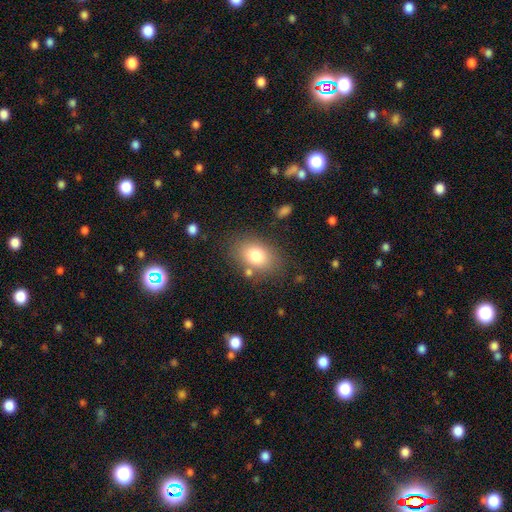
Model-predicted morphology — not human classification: Smooth or featured: smooth — 79% (featured or disk — 12%)
How rounded: in between — 77% (round — 21%)
Merging: none — 77% (minor disturbance — 13%)